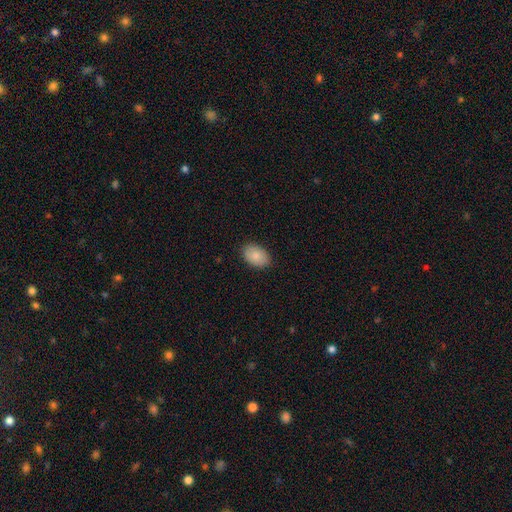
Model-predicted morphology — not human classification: Smooth or featured?
  - smooth: 85% *
  - featured or disk: 8%
  - star or artifact: 7%
How rounded?
  - in between: 88% *
  - round: 11%
  - cigar-shaped: 1%
Merging?
  - none: 87% *
  - minor disturbance: 10%
  - major disturbance: 2%
  - merger: 1%